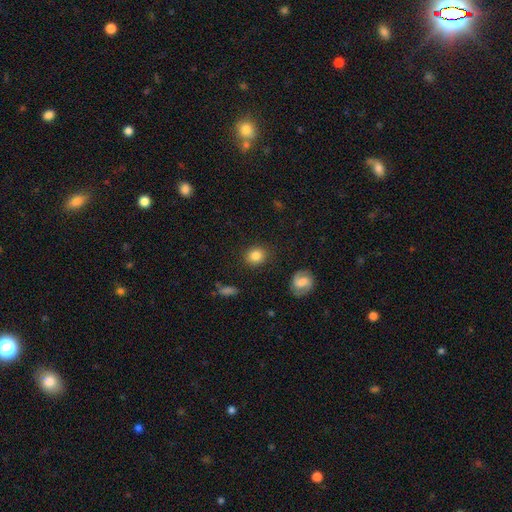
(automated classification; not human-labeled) A smooth galaxy with no disk features (83%) that is round (81%). Merging: none (85%).